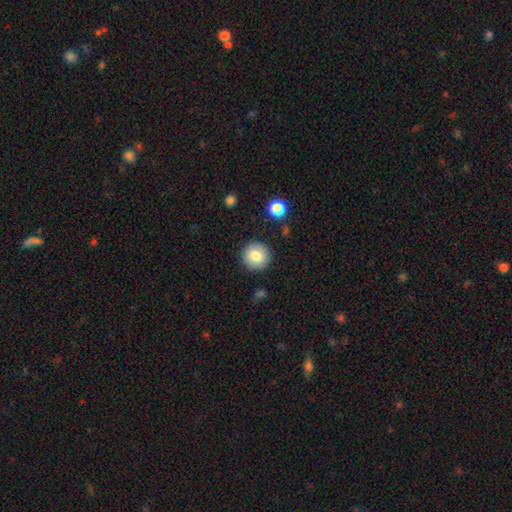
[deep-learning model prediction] A smooth galaxy with no disk features (81%) that is round (94%).

Vote fractions:
- Smooth or featured? smooth: 81% / featured or disk: 10% / star or artifact: 9%
- How rounded? round: 94% / in between: 5% / cigar-shaped: 1%
- Merging? none: 89% / minor disturbance: 7% / major disturbance: 2% / merger: 1%